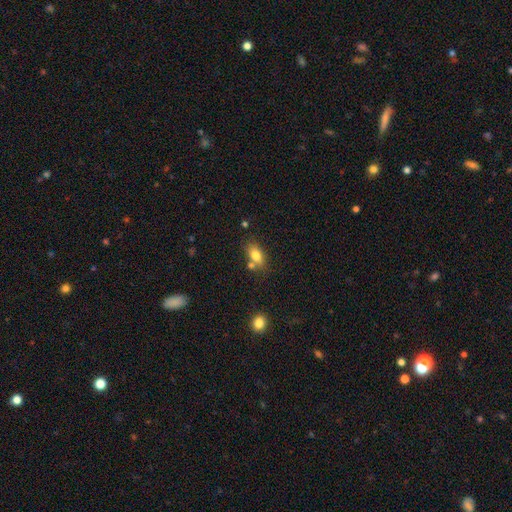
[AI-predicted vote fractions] This appears to be a smooth galaxy with no disk features (80%) that is in between round and cigar-shaped (84%). Merging: none (63%).